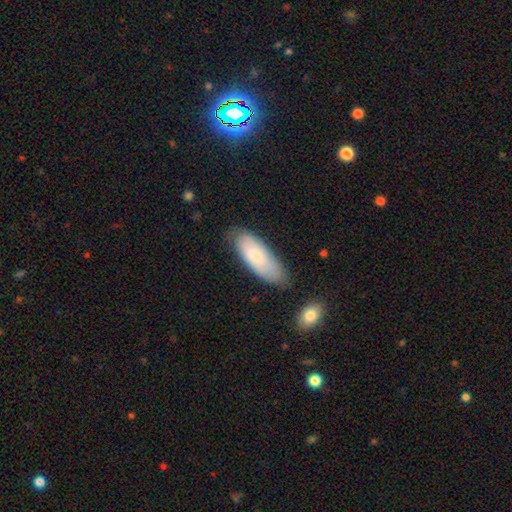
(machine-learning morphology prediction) smooth_or_featured: smooth (p=0.67) [alt: featured or disk p=0.27]
how_rounded: in between (p=0.74) [alt: cigar-shaped p=0.24]
merging: none (p=0.69) [alt: minor disturbance p=0.23]